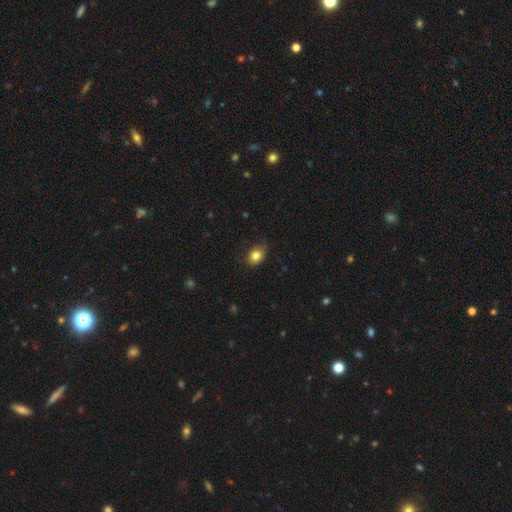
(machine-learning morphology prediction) A smooth galaxy with no disk features (84%) that is in between round and cigar-shaped (55%). Merging: none (80%).